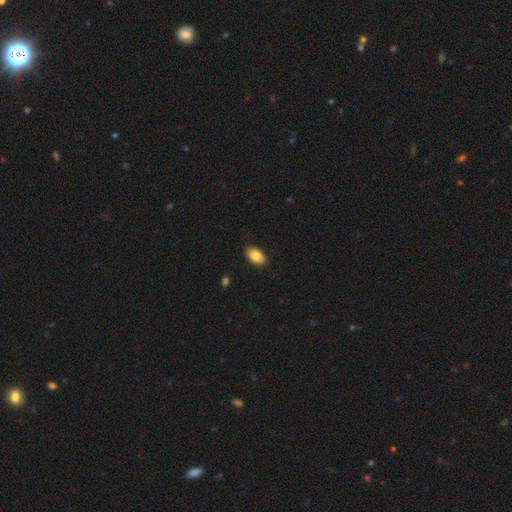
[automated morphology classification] Smooth or featured? smooth (85%)
How rounded? in between (93%)
Merging? none (89%)